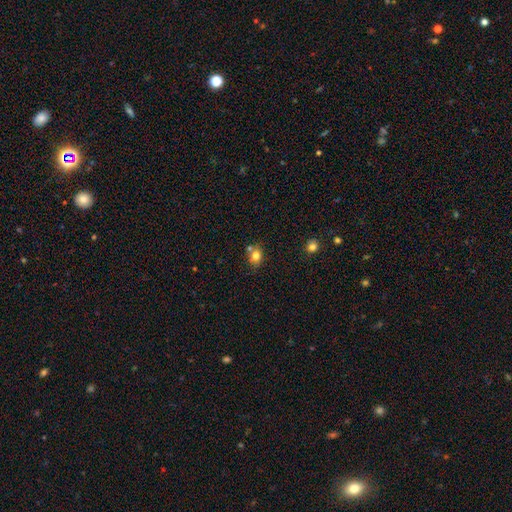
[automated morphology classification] Smooth or featured? smooth (78%)
How rounded? round (55%)
Merging? none (61%)